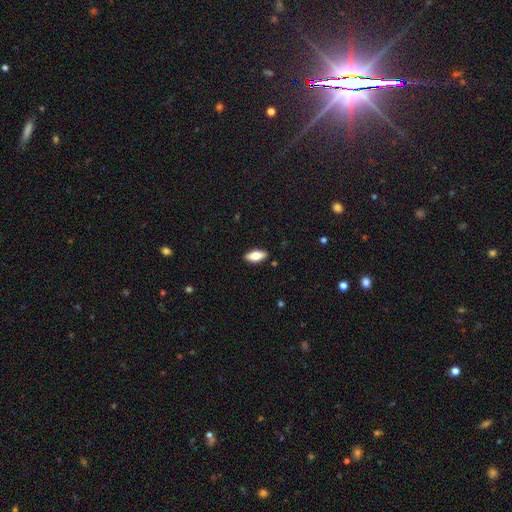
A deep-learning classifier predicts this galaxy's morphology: A smooth galaxy with no disk features (70%) that is in between round and cigar-shaped (84%).

Vote fractions:
- Smooth or featured? smooth: 70% / featured or disk: 24% / star or artifact: 7%
- How rounded? in between: 84% / cigar-shaped: 13% / round: 3%
- Merging? none: 89% / minor disturbance: 8% / major disturbance: 2% / merger: 1%